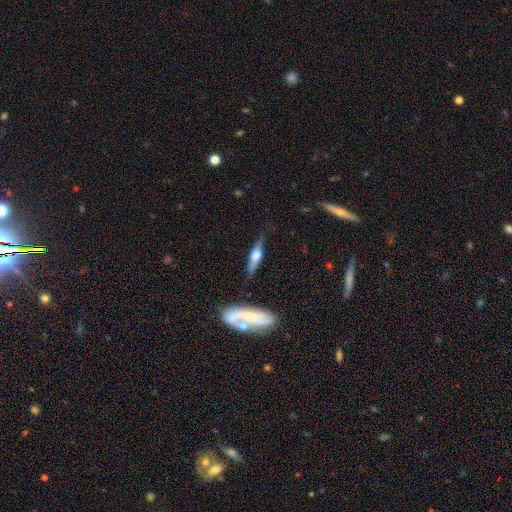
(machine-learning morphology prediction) This is possibly a featured or disk galaxy (58%). It is clearly viewed edge-on (92%). Edge-on bulge: likely rounded (80%). Merging: likely none (70%).